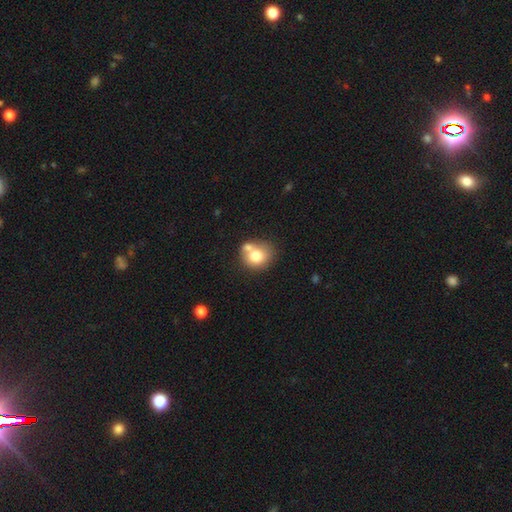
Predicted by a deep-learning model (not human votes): A smooth galaxy with no disk features (74%) that is round (70%).

Vote fractions:
- Smooth or featured? smooth: 74% / featured or disk: 16% / star or artifact: 9%
- How rounded? round: 70% / in between: 29% / cigar-shaped: 1%
- Merging? none: 44% / merger: 37% / minor disturbance: 13% / major disturbance: 5%